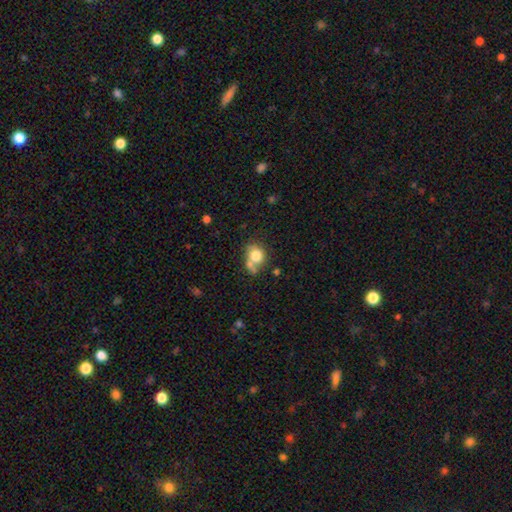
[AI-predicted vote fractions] Overall: smooth (74%). How rounded: round (64%; in between 35%). Merging: none (38%; merger 36%).